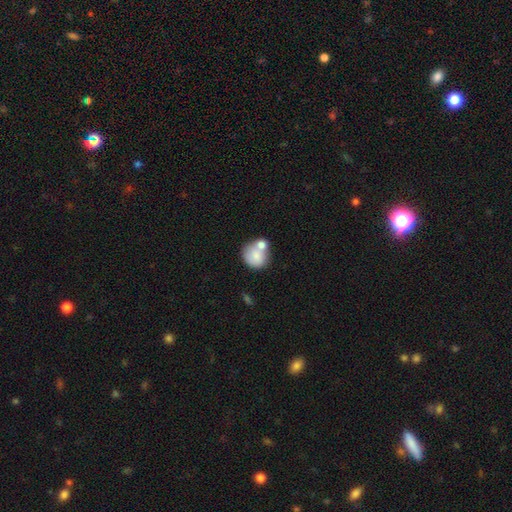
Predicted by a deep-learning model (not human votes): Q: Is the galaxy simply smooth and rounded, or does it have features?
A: smooth — 77%.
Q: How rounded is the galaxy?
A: round — 77%.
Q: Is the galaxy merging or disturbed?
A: merger — 43%.